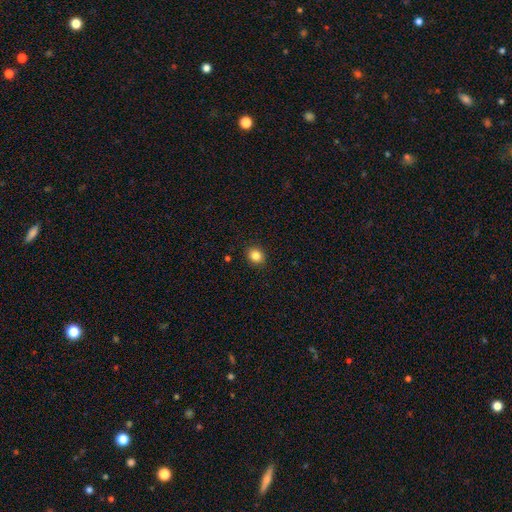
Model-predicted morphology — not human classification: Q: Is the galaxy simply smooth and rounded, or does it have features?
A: smooth — 84%.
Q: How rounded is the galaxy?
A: round — 68%.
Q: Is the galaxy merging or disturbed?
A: none — 91%.